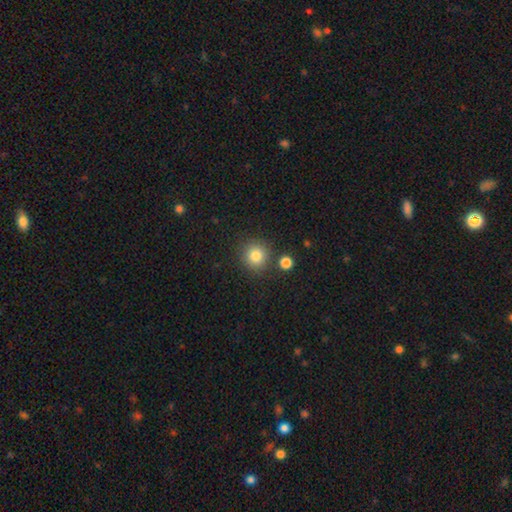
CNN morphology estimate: Q: Smooth or featured?
A: smooth (82%); runner-up: star or artifact (11%)
Q: How rounded?
A: round (92%); runner-up: in between (7%)
Q: Merging?
A: none (83%); runner-up: minor disturbance (8%)